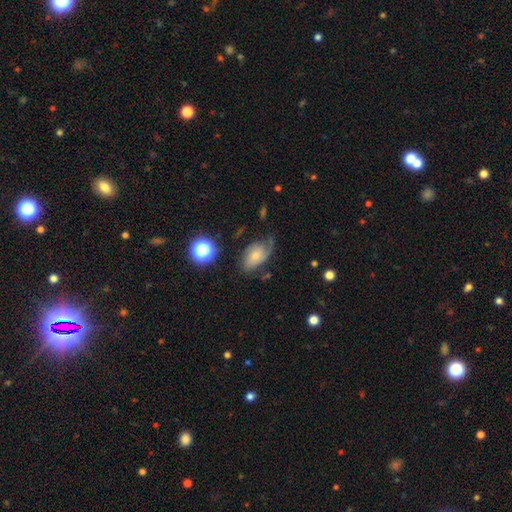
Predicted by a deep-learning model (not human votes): Smooth or featured: smooth — 51% (featured or disk — 38%)
How rounded: in between — 85% (round — 13%)
Merging: none — 40% (minor disturbance — 34%)